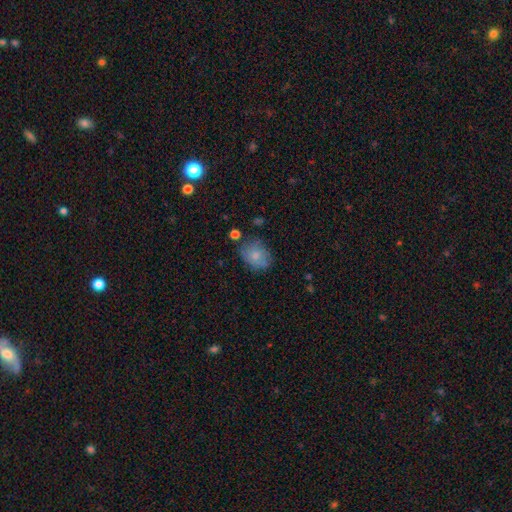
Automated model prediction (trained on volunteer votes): The model was most divided on "how rounded": in between: 60%, round: 39%, cigar-shaped: 1%. More confident: smooth or featured — smooth (75%); merging — none (63%).